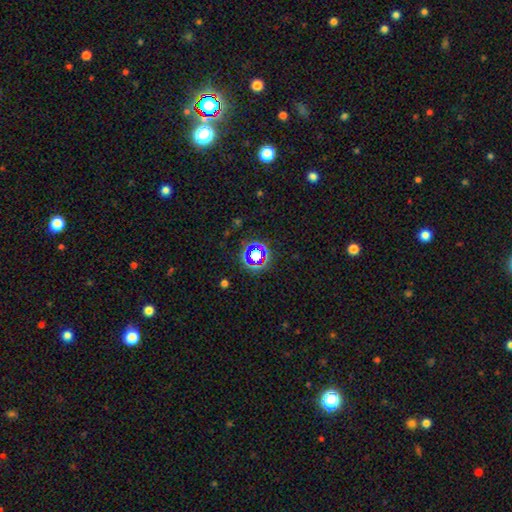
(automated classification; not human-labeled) This appears to be a star or artifact, not a galaxy (65%).